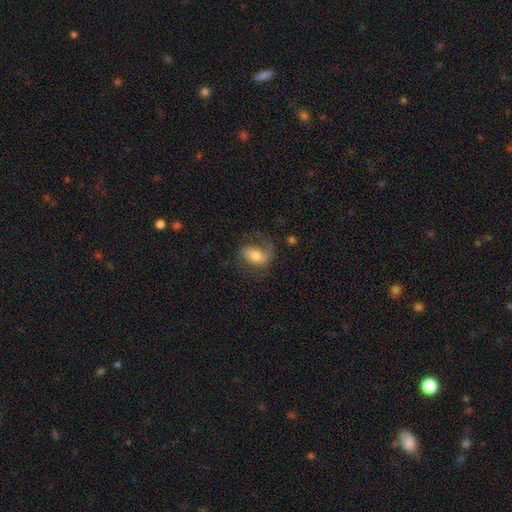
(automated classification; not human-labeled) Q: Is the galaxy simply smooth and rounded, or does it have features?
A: featured or disk — 49%.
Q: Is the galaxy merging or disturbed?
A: none — 54%.